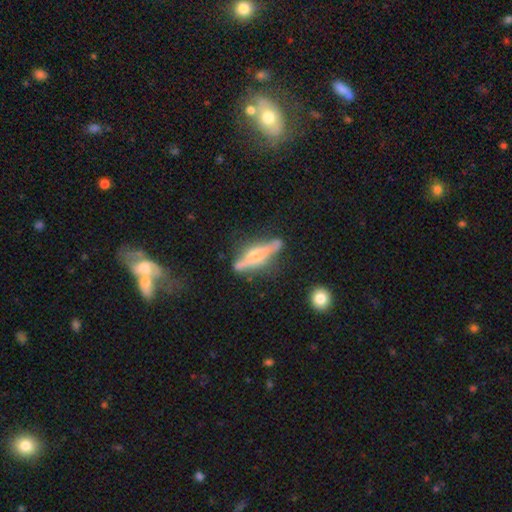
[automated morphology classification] This is likely a featured or disk galaxy (70%). It is clearly viewed edge-on (91%). Edge-on bulge: clearly rounded (89%). Merging: likely none (70%).